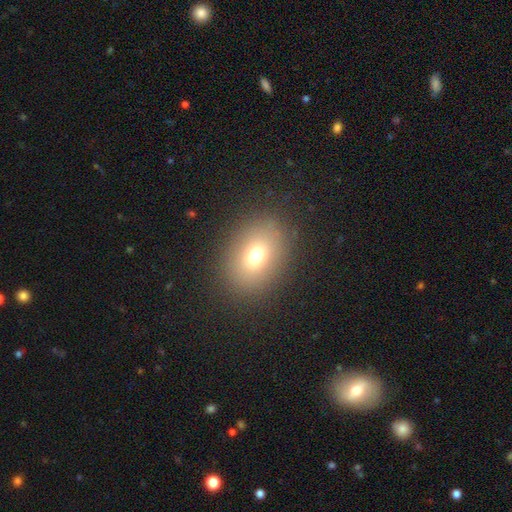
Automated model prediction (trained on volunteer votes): Smooth or featured? smooth (72%)
How rounded? in between (67%)
Merging? none (87%)